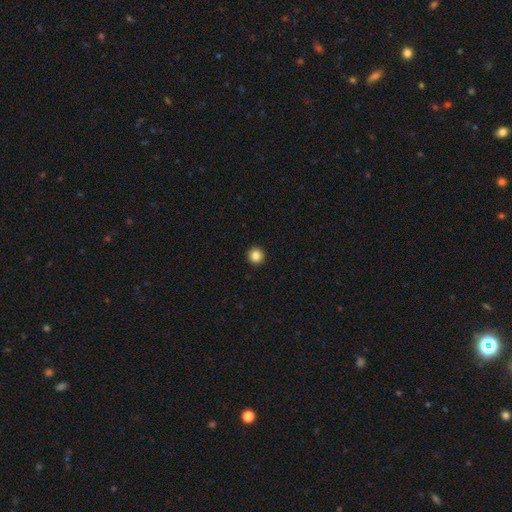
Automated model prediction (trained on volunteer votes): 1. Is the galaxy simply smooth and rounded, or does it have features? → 86% smooth, 10% star or artifact, 4% featured or disk.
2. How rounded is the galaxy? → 96% round, 3% in between, 1% cigar-shaped.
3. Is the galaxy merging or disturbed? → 94% none, 4% minor disturbance, 1% major disturbance, 1% merger.